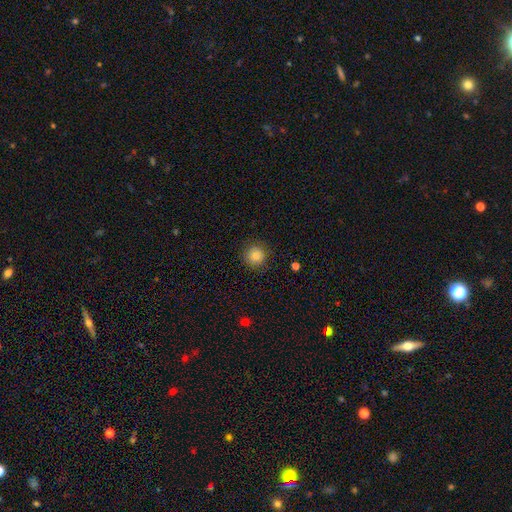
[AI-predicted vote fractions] smooth-or-featured: smooth: 82% | star or artifact: 11% | featured or disk: 6%
  how-rounded: round: 94% | in between: 5% | cigar-shaped: 1%
  merging: none: 89% | minor disturbance: 8% | major disturbance: 3% | merger: 1%